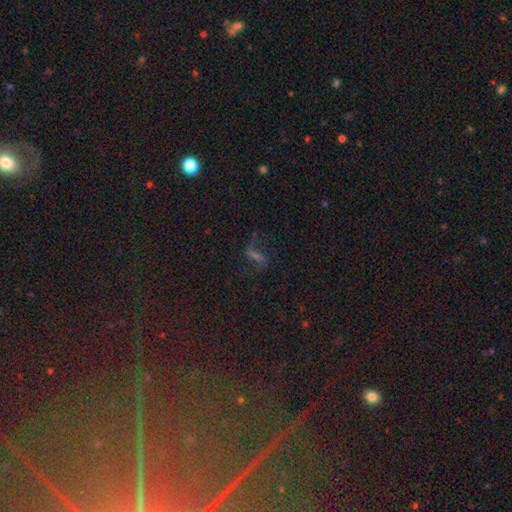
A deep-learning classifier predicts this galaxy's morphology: A featured or disk galaxy (46%).

Vote fractions:
- Smooth or featured? featured or disk: 46% / star or artifact: 34% / smooth: 20%
- Merging? none: 67% / minor disturbance: 15% / major disturbance: 15% / merger: 3%